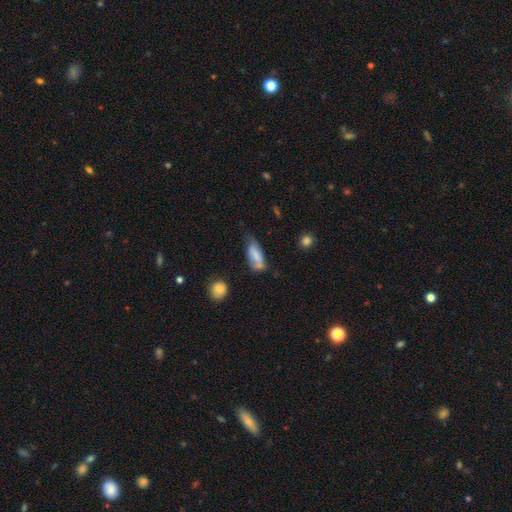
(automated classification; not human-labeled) Q: Smooth or featured?
A: smooth (66%); runner-up: featured or disk (26%)
Q: How rounded?
A: in between (81%); runner-up: cigar-shaped (16%)
Q: Merging?
A: none (38%); runner-up: minor disturbance (36%)